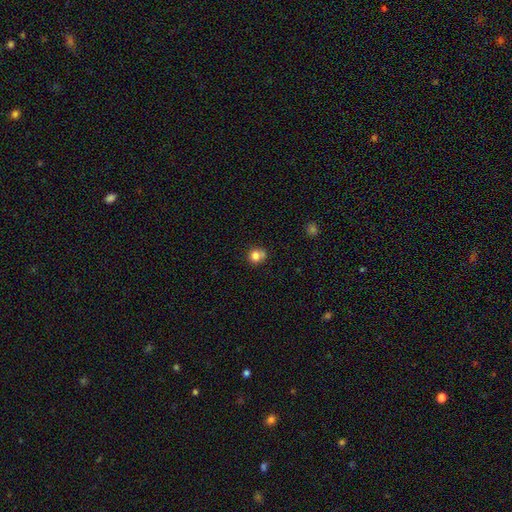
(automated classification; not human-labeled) This is likely a smooth galaxy (80%). How rounded: likely round (79%). Merging: possibly none (56%).